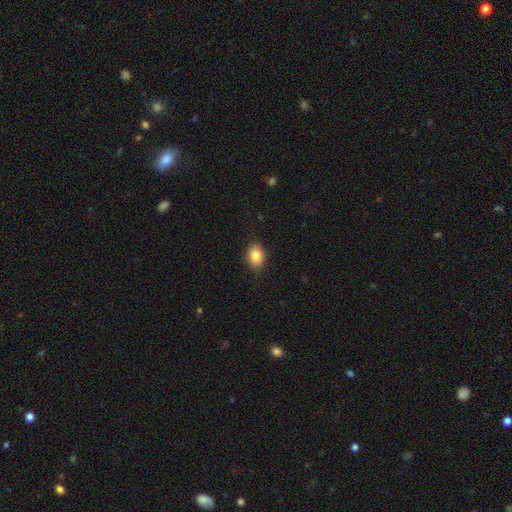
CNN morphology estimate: type=smooth (84%); roundness=in between (68%); merging=none (84%).